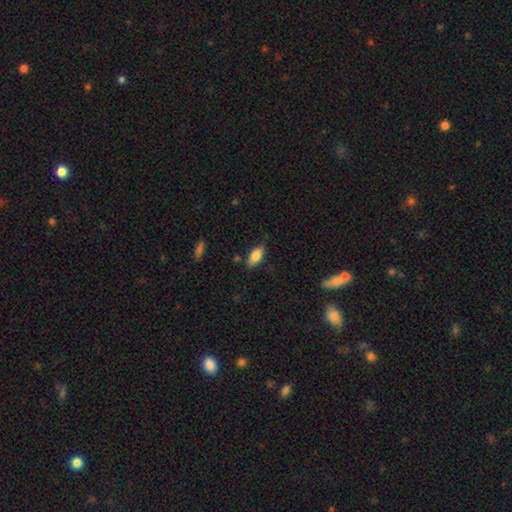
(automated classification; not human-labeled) Smooth or featured?
  - smooth: 82% *
  - featured or disk: 11%
  - star or artifact: 7%
How rounded?
  - in between: 87% *
  - cigar-shaped: 10%
  - round: 3%
Merging?
  - none: 78% *
  - minor disturbance: 16%
  - major disturbance: 3%
  - merger: 3%